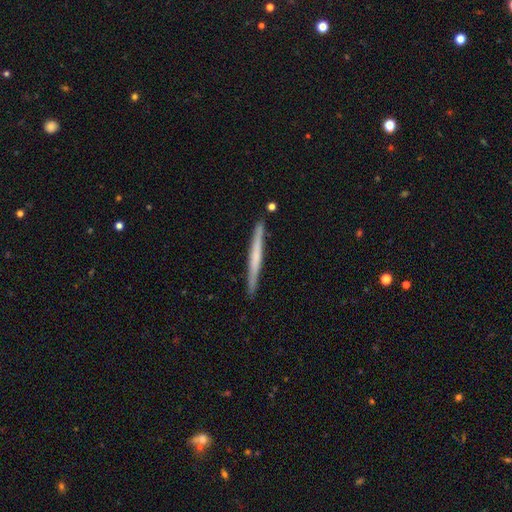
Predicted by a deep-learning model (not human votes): Q: Smooth or featured?
A: featured or disk (49%); runner-up: smooth (46%)
Q: Merging?
A: none (90%); runner-up: minor disturbance (7%)